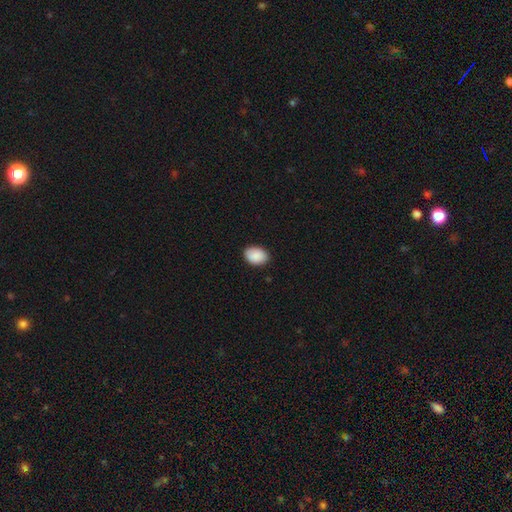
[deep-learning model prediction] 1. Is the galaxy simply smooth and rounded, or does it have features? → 90% smooth, 6% star or artifact, 3% featured or disk.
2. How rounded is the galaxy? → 83% in between, 16% round, 1% cigar-shaped.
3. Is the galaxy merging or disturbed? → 86% none, 11% minor disturbance, 2% major disturbance, 1% merger.